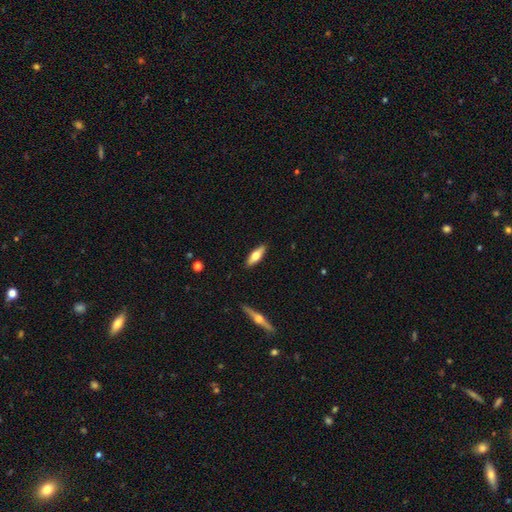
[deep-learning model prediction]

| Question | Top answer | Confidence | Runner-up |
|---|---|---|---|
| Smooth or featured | smooth | 54% | featured or disk (40%) |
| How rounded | in between | 49% | tied: cigar-shaped (49%) |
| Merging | none | 89% | minor disturbance (8%) |